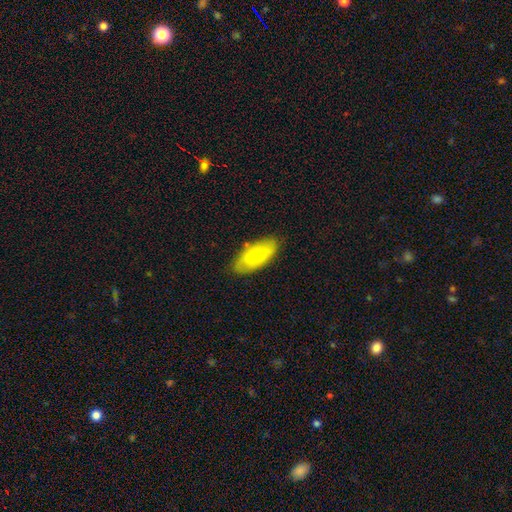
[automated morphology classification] Smooth or featured? Predicted: smooth (p=0.64). How rounded? Predicted: in between (p=0.89). Merging? Predicted: none (p=0.81).